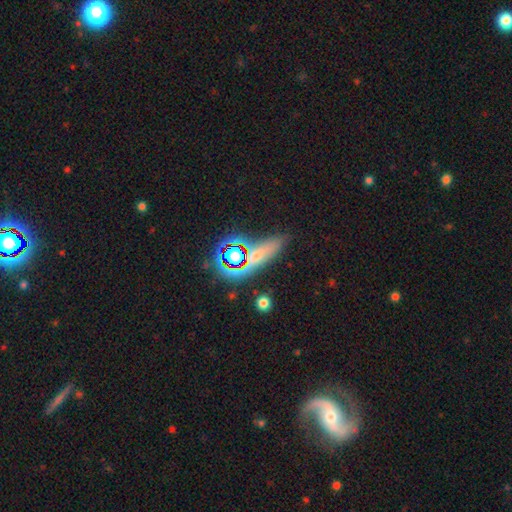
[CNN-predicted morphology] smooth-or-featured: star or artifact: 53% | smooth: 29% | featured or disk: 17%